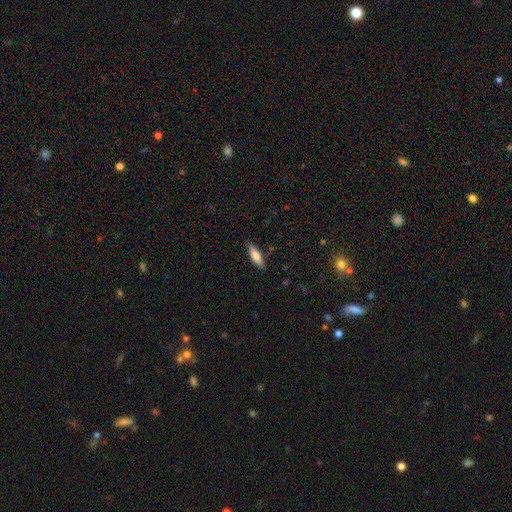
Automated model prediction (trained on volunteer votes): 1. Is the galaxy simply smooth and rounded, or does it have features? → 72% smooth, 21% featured or disk, 6% star or artifact.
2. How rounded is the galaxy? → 60% cigar-shaped, 39% in between, 2% round.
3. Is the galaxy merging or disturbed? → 84% none, 12% minor disturbance, 2% major disturbance, 2% merger.